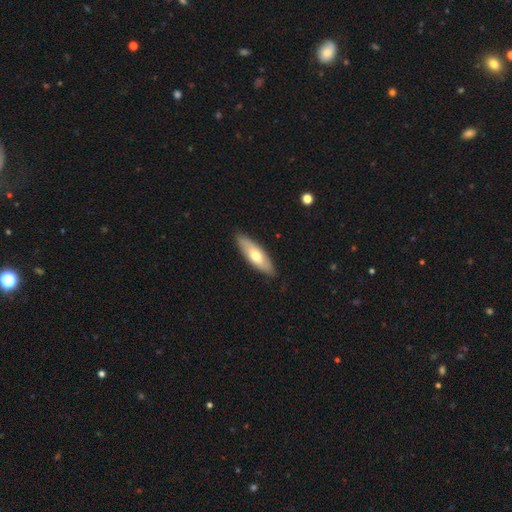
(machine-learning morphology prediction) A smooth galaxy with no disk features (59%) that is in between round and cigar-shaped (56%). Merging: none (87%).